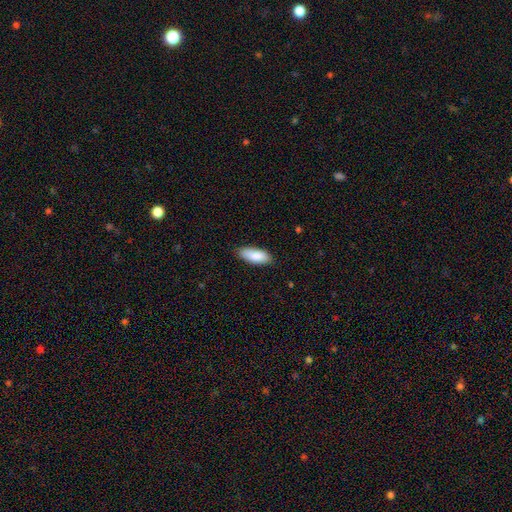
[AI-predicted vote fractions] smooth_or_featured: smooth (p=0.87) [alt: featured or disk p=0.07]
how_rounded: in between (p=0.78) [alt: cigar-shaped p=0.20]
merging: none (p=0.83) [alt: minor disturbance p=0.13]